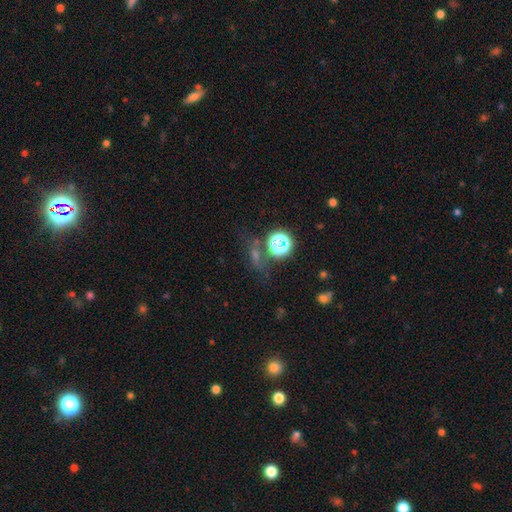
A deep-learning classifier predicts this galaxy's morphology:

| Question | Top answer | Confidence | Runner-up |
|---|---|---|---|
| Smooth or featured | star or artifact | 53% | smooth (29%) |